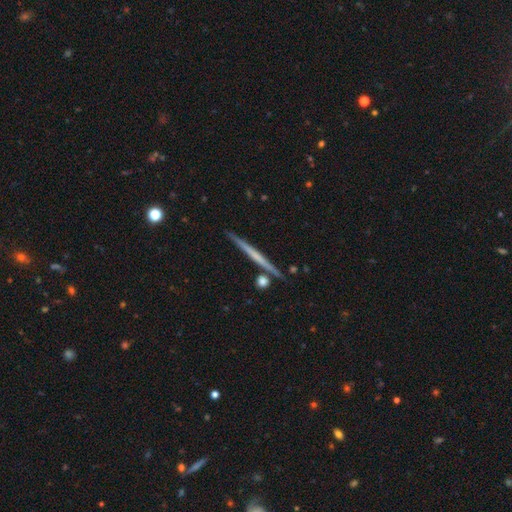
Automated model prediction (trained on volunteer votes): This is possibly a featured or disk galaxy (57%). It is clearly viewed edge-on (98%). Edge-on bulge: clearly none (86%). Merging: clearly none (88%).